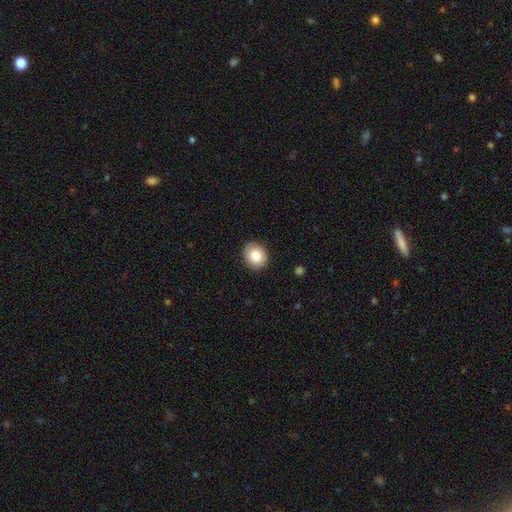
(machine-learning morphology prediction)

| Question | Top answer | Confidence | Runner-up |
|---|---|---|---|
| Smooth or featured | smooth | 84% | star or artifact (8%) |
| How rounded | round | 62% | in between (37%) |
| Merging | none | 90% | minor disturbance (8%) |